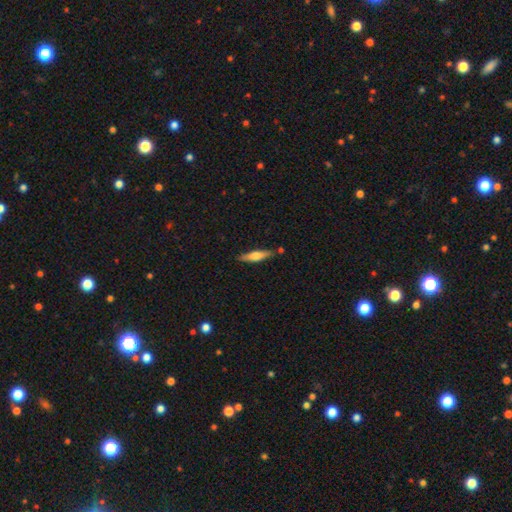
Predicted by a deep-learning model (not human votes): Overall: smooth (49%; featured or disk 44%). Merging: none (81%).